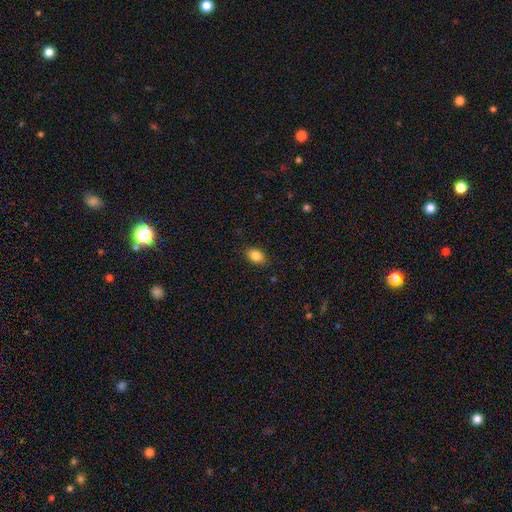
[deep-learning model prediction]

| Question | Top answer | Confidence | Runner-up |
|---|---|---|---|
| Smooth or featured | smooth | 86% | star or artifact (9%) |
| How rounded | in between | 81% | round (17%) |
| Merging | none | 87% | minor disturbance (10%) |